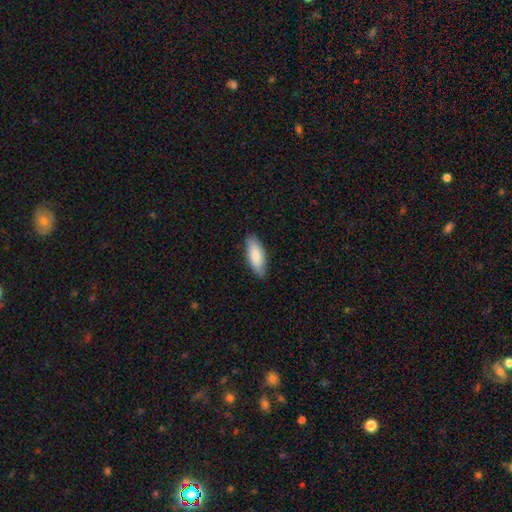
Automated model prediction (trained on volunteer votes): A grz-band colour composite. It shows a smooth galaxy with no disk features (85%) that is in between round and cigar-shaped (72%). Merging: none (85%).